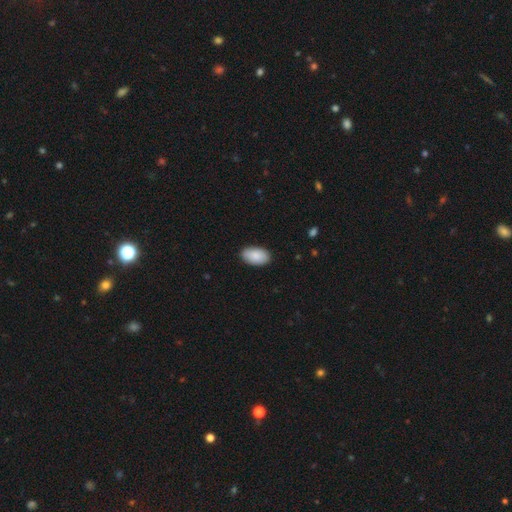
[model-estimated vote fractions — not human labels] Smooth or featured? smooth (89%)
How rounded? in between (95%)
Merging? none (87%)